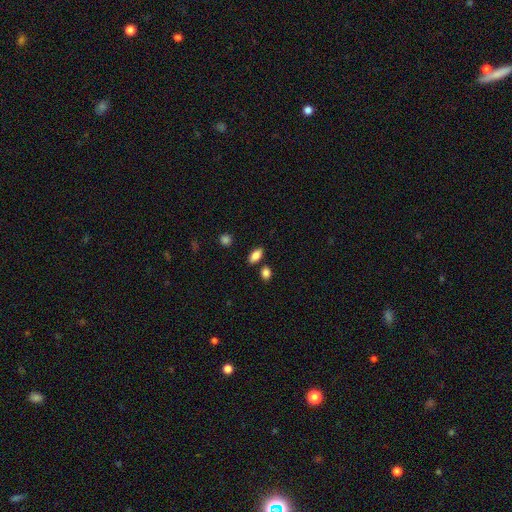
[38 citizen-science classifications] This is clearly a smooth galaxy (87%). How rounded: clearly in between (94%). Merging: clearly none (81%).